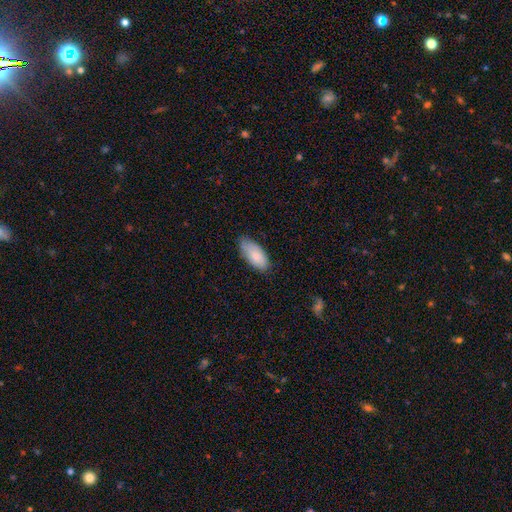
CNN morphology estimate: type=smooth (82%); roundness=in between (91%); merging=none (67%).